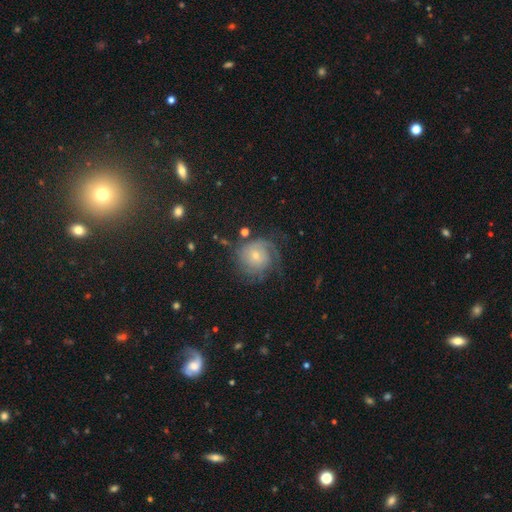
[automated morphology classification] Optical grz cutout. It shows a featured or disk galaxy (67%) with no bar (70%), tight (59%) spiral arms (88%) and a small central bulge (65%). Merging: none (60%).